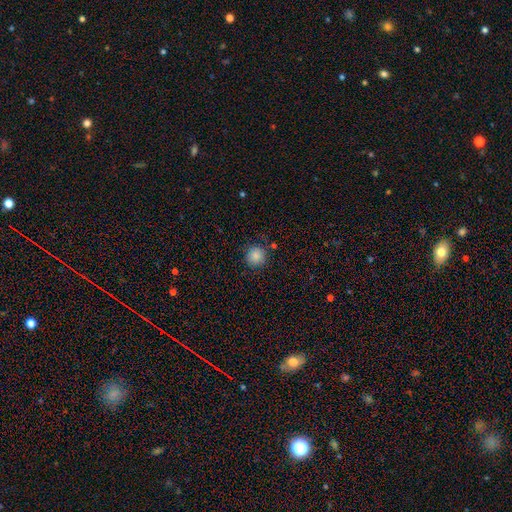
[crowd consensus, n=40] smooth 88%, star or artifact 8%, featured or disk 5%. Down the decision tree: how rounded — round (94%); merging — none (92%).